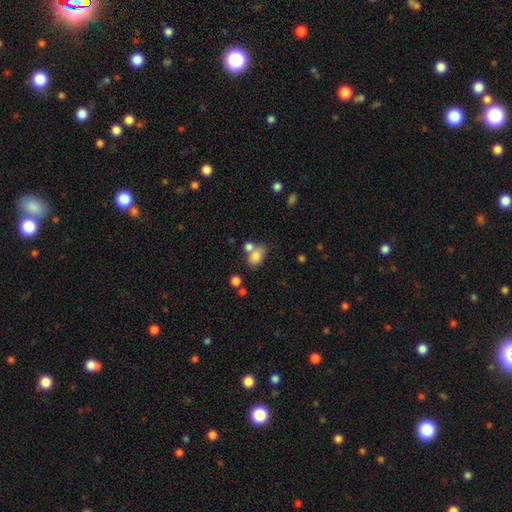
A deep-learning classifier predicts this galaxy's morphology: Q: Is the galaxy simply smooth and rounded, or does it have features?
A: smooth — 79%.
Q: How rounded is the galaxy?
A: in between — 74%.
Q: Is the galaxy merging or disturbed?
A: none — 46%.